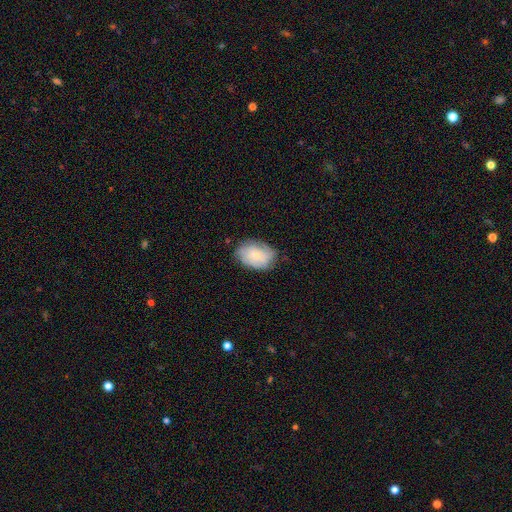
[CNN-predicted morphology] A featured or disk galaxy (55%) with no bar (77%), spiral arms (87%) and a small central bulge (69%).

Vote fractions:
- Smooth or featured? featured or disk: 55% / smooth: 37% / star or artifact: 7%
- Edge-on disk? no: 97% / yes: 3%
- Bar? no: 77% / weak: 20% / strong: 3%
- Spiral arms? yes: 87% / no: 13%
- Bulge size? small: 69% / moderate: 24% / none: 4% / large: 2% / dominant: 1%
- Merging? none: 72% / minor disturbance: 21% / major disturbance: 6% / merger: 1%